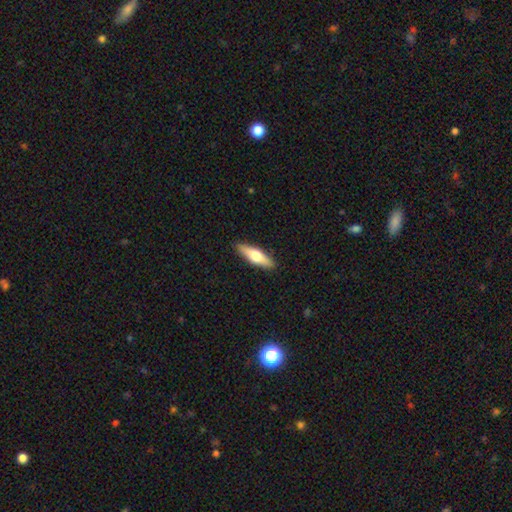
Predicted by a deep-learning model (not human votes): The model was most divided on "smooth or featured": smooth: 54%, featured or disk: 40%, star or artifact: 5%. More confident: merging — none (90%); how rounded — cigar-shaped (61%).